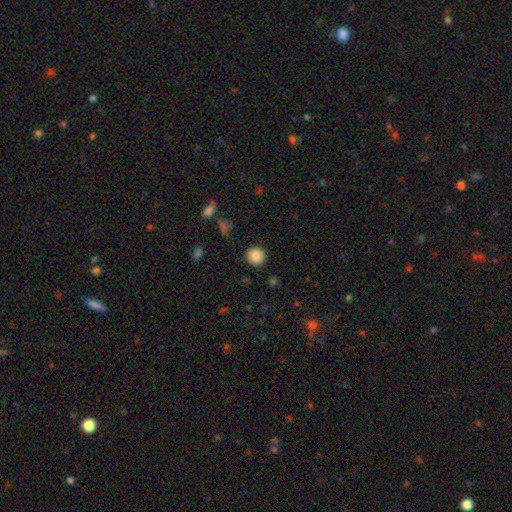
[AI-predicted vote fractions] Overall: smooth (86%). How rounded: round (88%). Merging: none (89%).